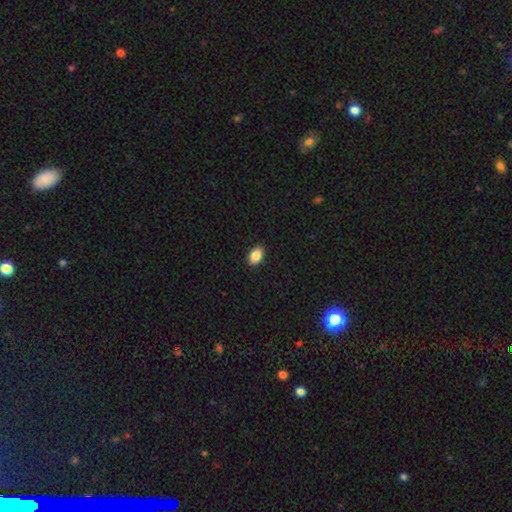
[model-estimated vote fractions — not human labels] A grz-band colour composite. It shows a smooth galaxy with no disk features (88%) that is in between round and cigar-shaped (88%). Merging: none (90%).